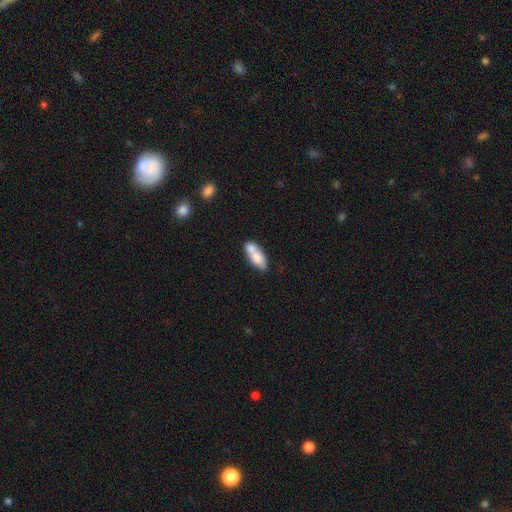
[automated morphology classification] Smooth or featured? smooth (72%)
How rounded? in between (73%)
Merging? merger (45%)